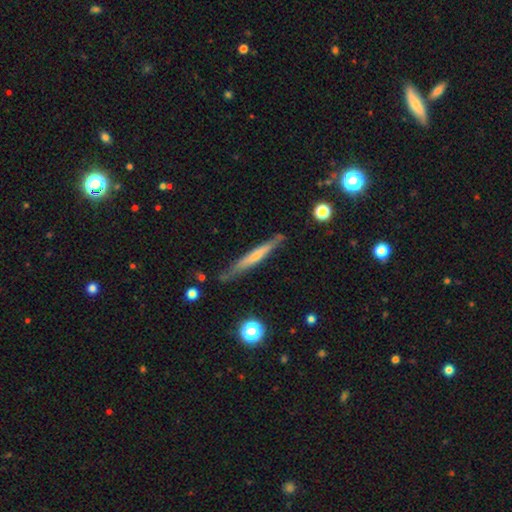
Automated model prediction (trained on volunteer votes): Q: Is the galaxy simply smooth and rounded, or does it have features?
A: featured or disk — 50%.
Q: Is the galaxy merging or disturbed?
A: none — 78%.